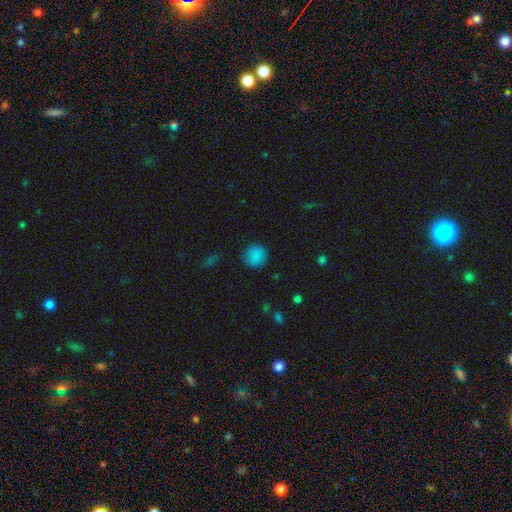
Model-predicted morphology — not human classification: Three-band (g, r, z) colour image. It shows a smooth galaxy with no disk features (86%) that is round (91%). Merging: none (88%).